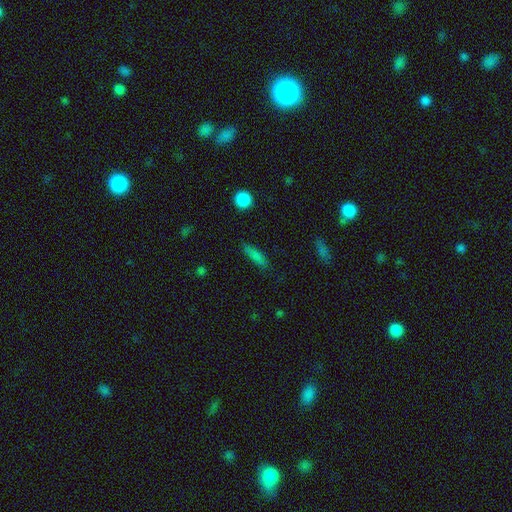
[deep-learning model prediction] Q: Smooth or featured?
A: smooth (78%); runner-up: featured or disk (12%)
Q: How rounded?
A: cigar-shaped (69%); runner-up: in between (28%)
Q: Merging?
A: none (81%); runner-up: minor disturbance (13%)